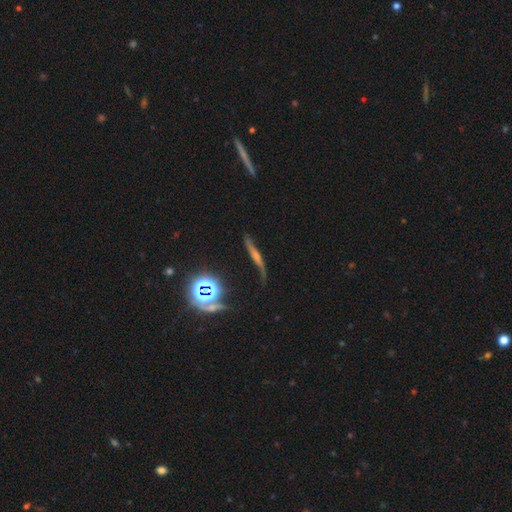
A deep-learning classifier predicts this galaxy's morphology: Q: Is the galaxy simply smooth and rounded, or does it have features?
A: featured or disk — 57%.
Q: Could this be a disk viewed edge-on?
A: yes — 74%.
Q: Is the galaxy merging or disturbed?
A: none — 69%.